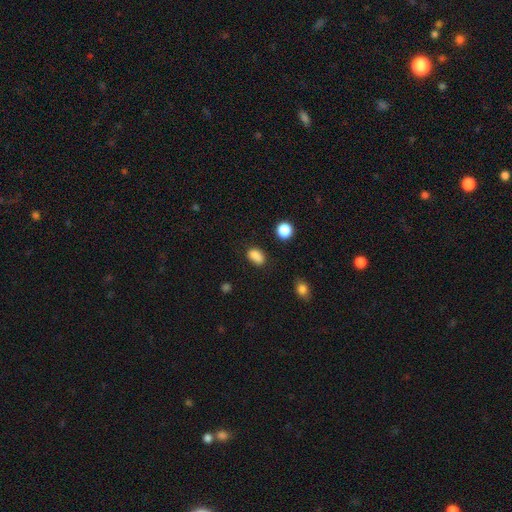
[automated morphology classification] type=smooth (85%); roundness=in between (81%); merging=none (74%).